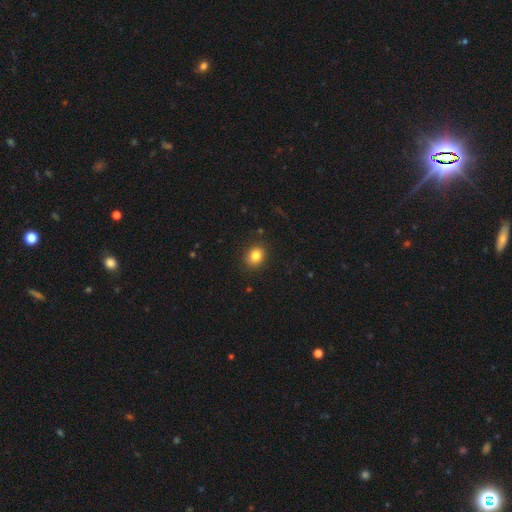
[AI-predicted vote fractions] This is clearly a smooth galaxy (83%). How rounded: likely round (62%). Merging: clearly none (88%).